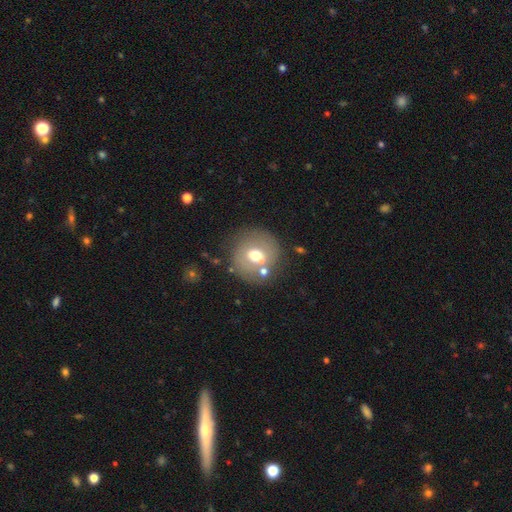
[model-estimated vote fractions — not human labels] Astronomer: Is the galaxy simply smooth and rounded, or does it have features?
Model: smooth — 55% (runner-up: featured or disk, 35%).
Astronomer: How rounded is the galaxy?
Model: round — 86%.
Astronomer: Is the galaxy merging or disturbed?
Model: none — 70%.